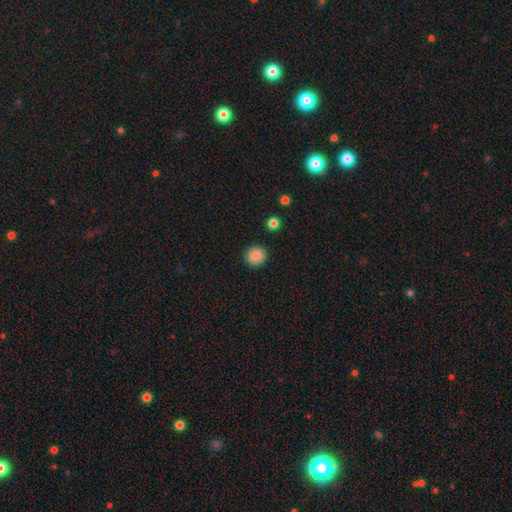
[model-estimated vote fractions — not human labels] smooth 87%, star or artifact 9%, featured or disk 5%. Down the decision tree: how rounded — round (93%); merging — none (92%).